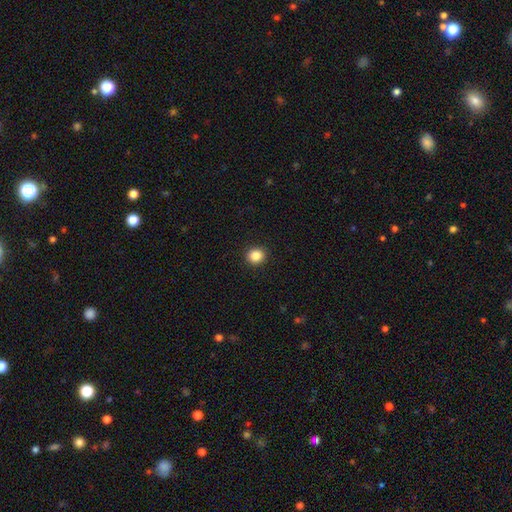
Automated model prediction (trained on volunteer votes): smooth-or-featured: smooth: 86% | star or artifact: 10% | featured or disk: 4%
  how-rounded: round: 88% | in between: 11% | cigar-shaped: 1%
  merging: none: 92% | minor disturbance: 5% | major disturbance: 2% | merger: 1%